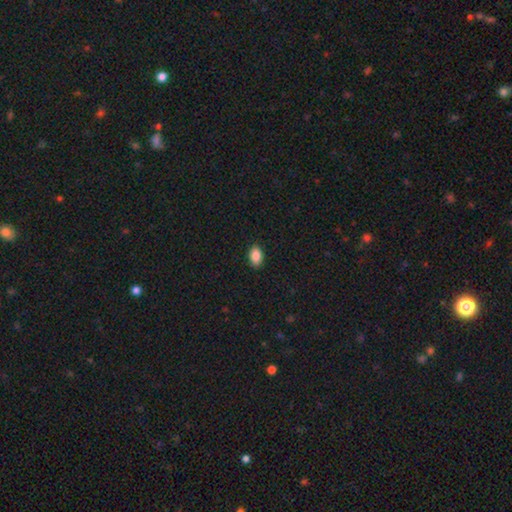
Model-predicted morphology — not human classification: Smooth or featured?
  - smooth: 87% *
  - star or artifact: 8%
  - featured or disk: 5%
How rounded?
  - in between: 89% *
  - round: 9%
  - cigar-shaped: 1%
Merging?
  - none: 89% *
  - minor disturbance: 8%
  - major disturbance: 2%
  - merger: 1%